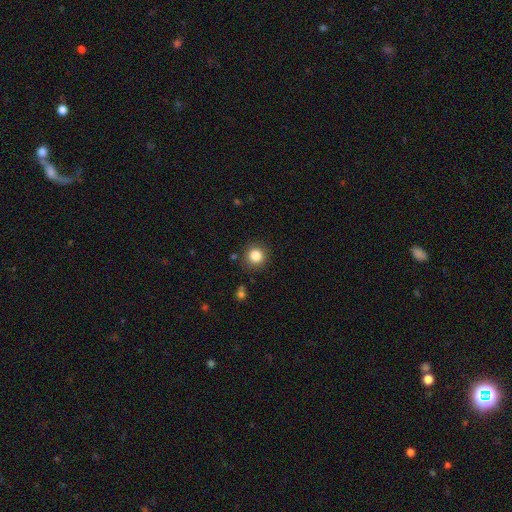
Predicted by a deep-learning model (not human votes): smooth 84%, star or artifact 11%, featured or disk 5%. Down the decision tree: how rounded — round (92%); merging — none (88%).